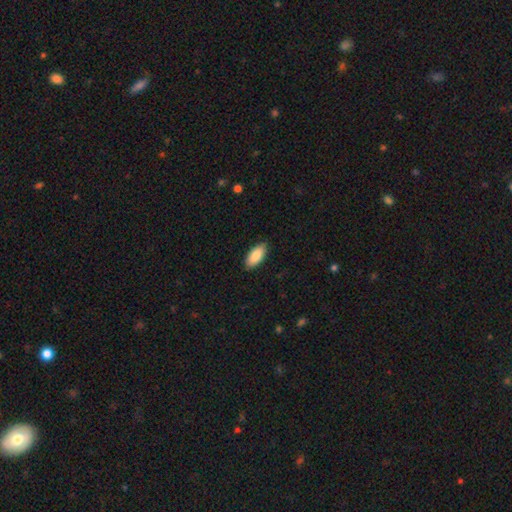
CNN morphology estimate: This is clearly a smooth galaxy (86%). How rounded: clearly in between (90%). Merging: clearly none (88%).